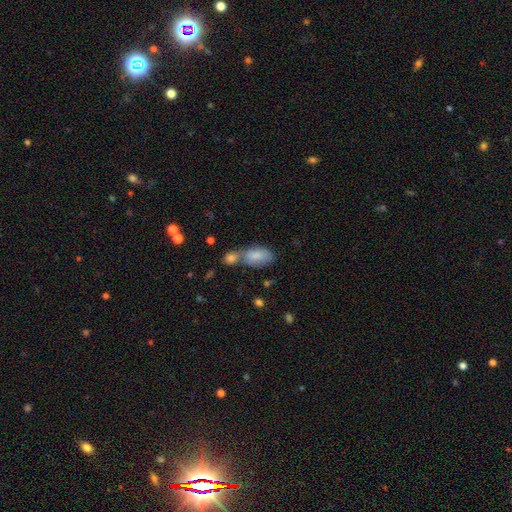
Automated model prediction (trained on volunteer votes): A smooth galaxy with no disk features (81%) that is in between round and cigar-shaped (91%). Merging: merger (51%).